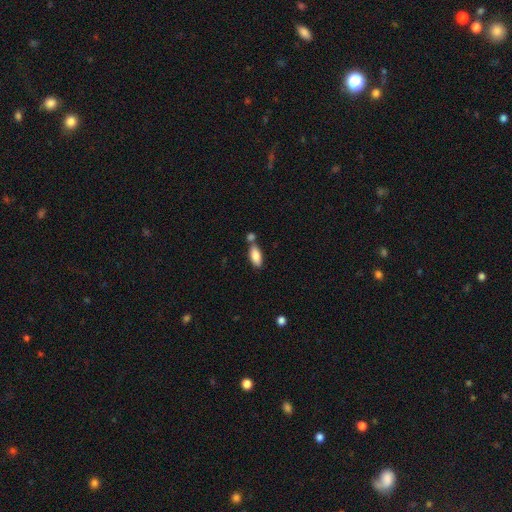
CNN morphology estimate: A smooth galaxy with no disk features (83%) that is in between round and cigar-shaped (85%).

Vote fractions:
- Smooth or featured? smooth: 83% / featured or disk: 10% / star or artifact: 7%
- How rounded? in between: 85% / cigar-shaped: 13% / round: 2%
- Merging? none: 56% / merger: 28% / minor disturbance: 12% / major disturbance: 3%